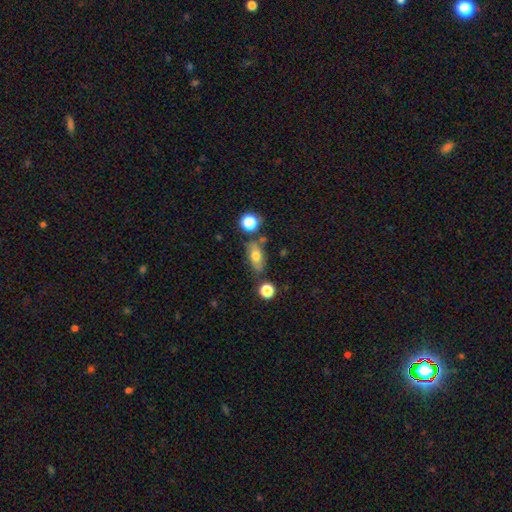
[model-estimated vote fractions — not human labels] This is likely a smooth galaxy (66%). How rounded: likely in between (78%). Merging: likely none (66%).